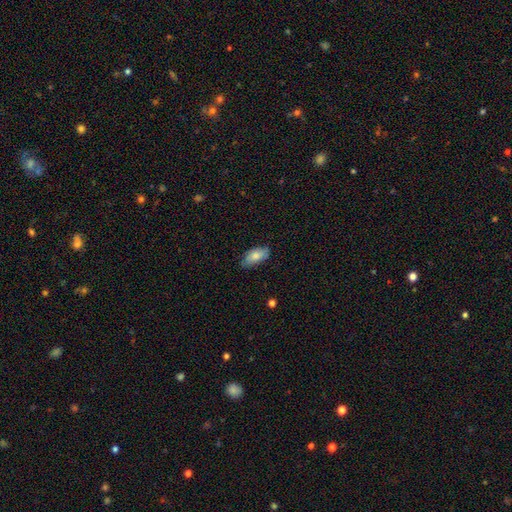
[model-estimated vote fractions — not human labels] Smooth or featured?
  - smooth: 79% *
  - featured or disk: 15%
  - star or artifact: 6%
How rounded?
  - in between: 90% *
  - cigar-shaped: 7%
  - round: 3%
Merging?
  - none: 78% *
  - minor disturbance: 18%
  - major disturbance: 3%
  - merger: 1%